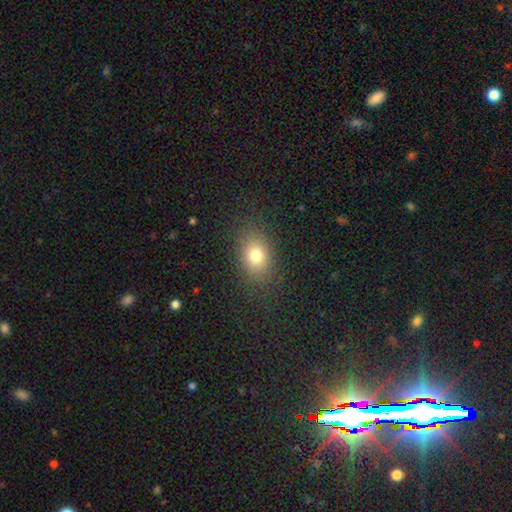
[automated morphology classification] A smooth galaxy with no disk features (76%) that is in between round and cigar-shaped (69%).

Vote fractions:
- Smooth or featured? smooth: 76% / star or artifact: 13% / featured or disk: 11%
- How rounded? in between: 69% / round: 29% / cigar-shaped: 2%
- Merging? none: 84% / minor disturbance: 10% / major disturbance: 5% / merger: 1%